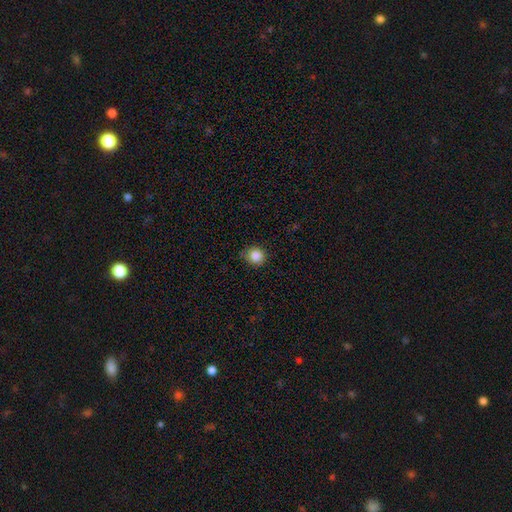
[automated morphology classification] smooth-or-featured: smooth: 86% | star or artifact: 10% | featured or disk: 4%
  how-rounded: round: 89% | in between: 11% | cigar-shaped: 1%
  merging: none: 78% | minor disturbance: 18% | major disturbance: 3% | merger: 1%